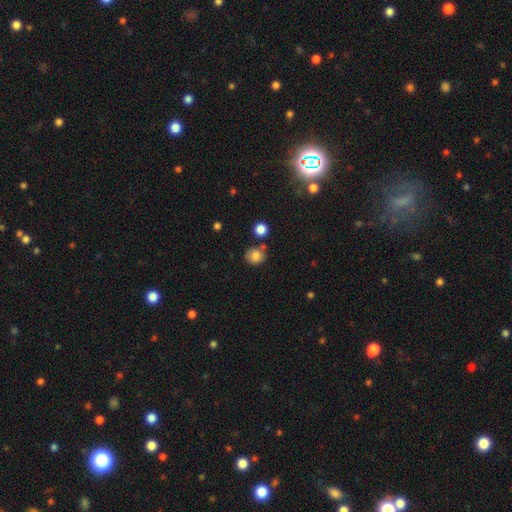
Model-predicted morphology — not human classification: Overall: smooth (81%). How rounded: round (74%). Merging: none (67%).